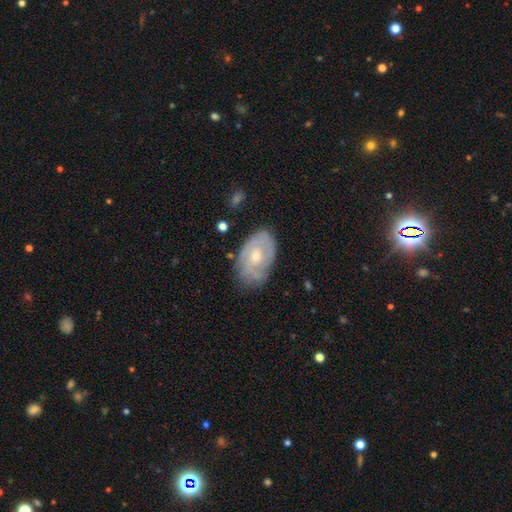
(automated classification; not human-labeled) smooth-or-featured: featured or disk: 70% | smooth: 24% | star or artifact: 6%
  disk-edge-on: no: 95% | yes: 5%
    bar: no: 75% | weak: 22% | strong: 3%
    has-spiral-arms: yes: 77% | no: 23%
      spiral-winding: tight: 60% | medium: 30% | loose: 10%
      spiral-arm-count: can't tell: 47% | 2: 28% | 3: 12% | 1: 6% | 4: 4% | more than 4: 3%
    bulge-size: moderate: 55% | small: 40% | large: 2% | none: 1% | dominant: 1%
  merging: none: 68% | minor disturbance: 23% | major disturbance: 7% | merger: 2%